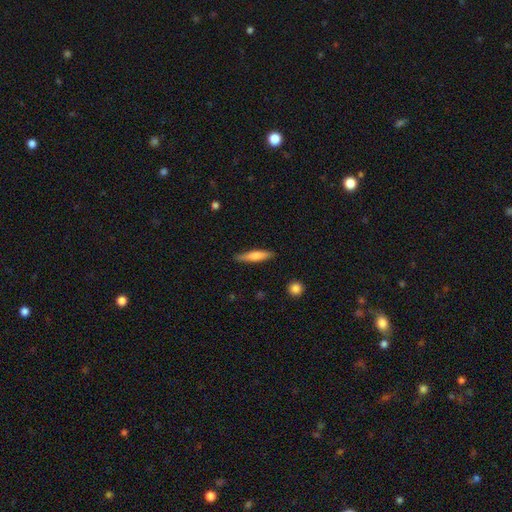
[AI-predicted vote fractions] smooth_or_featured: smooth (p=0.68) [alt: featured or disk p=0.26]
how_rounded: cigar-shaped (p=0.85) [alt: in between p=0.13]
merging: none (p=0.85) [alt: minor disturbance p=0.11]